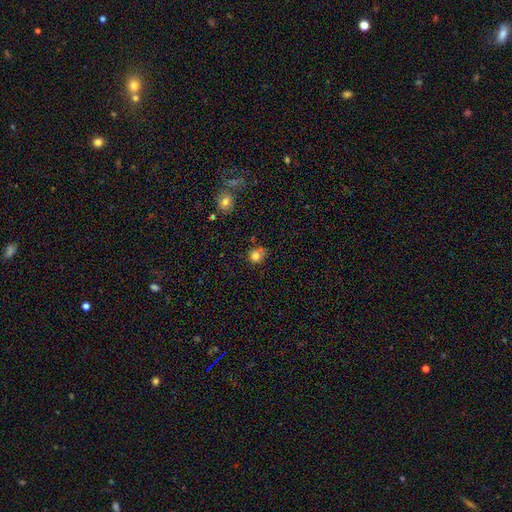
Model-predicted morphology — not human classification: Overall: smooth (81%). How rounded: round (75%). Merging: none (56%; minor disturbance 27%).